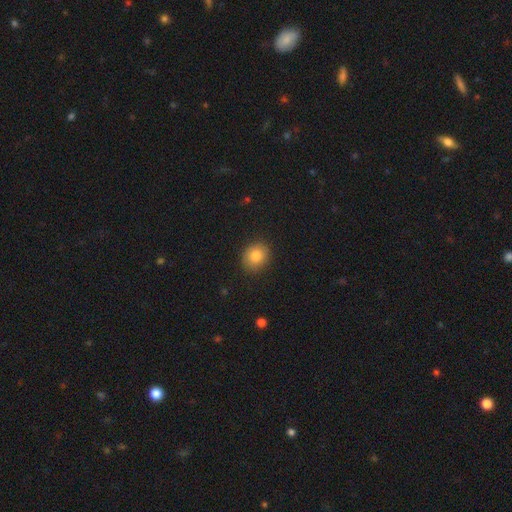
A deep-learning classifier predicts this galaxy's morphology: Q: Smooth or featured?
A: smooth (81%); runner-up: star or artifact (10%)
Q: How rounded?
A: round (66%); runner-up: in between (33%)
Q: Merging?
A: none (88%); runner-up: minor disturbance (9%)